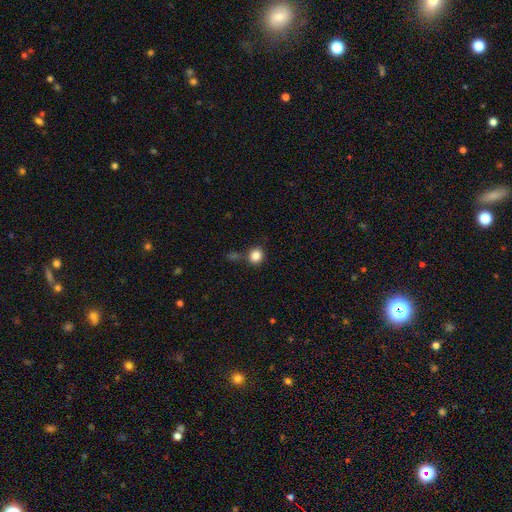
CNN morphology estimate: Smooth or featured? Predicted: smooth (p=0.85). How rounded? Predicted: round (p=0.84). Merging? Predicted: none (p=0.75).